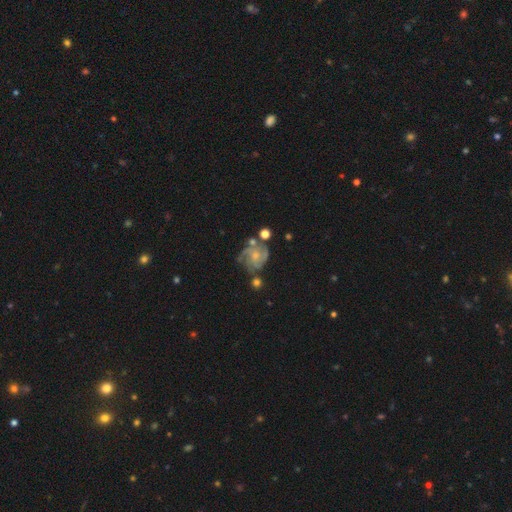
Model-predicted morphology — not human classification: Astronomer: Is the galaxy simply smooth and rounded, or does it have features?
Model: featured or disk — 79%.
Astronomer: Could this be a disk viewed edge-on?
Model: no — 98%.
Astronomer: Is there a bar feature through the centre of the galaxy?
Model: no — 67%.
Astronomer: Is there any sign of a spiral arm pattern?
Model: yes — 93%.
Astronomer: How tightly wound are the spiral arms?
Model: medium — 45% (runner-up: tight, 42%).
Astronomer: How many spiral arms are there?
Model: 3 — 38% (runner-up: 2, 23%).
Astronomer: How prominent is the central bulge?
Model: small — 57%.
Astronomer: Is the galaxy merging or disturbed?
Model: none — 53%.